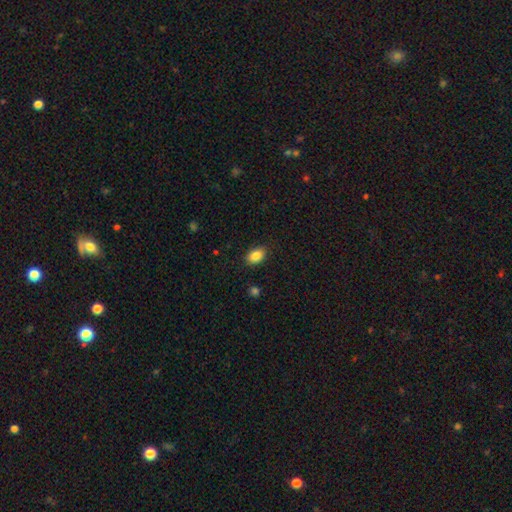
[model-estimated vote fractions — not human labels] Smooth or featured: smooth — 87% (star or artifact — 8%)
How rounded: in between — 84% (round — 14%)
Merging: none — 86% (minor disturbance — 10%)